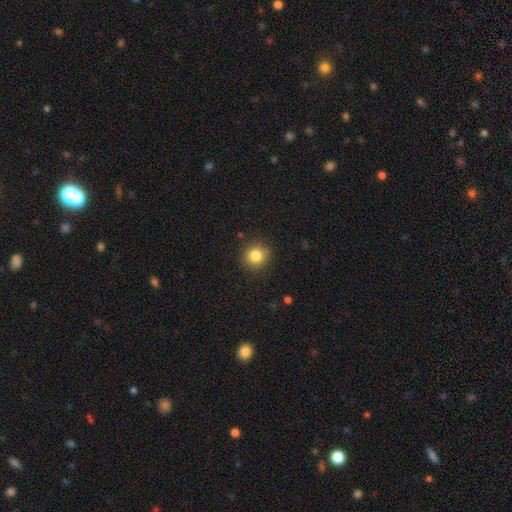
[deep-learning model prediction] A smooth galaxy with no disk features (83%) that is round (91%).

Vote fractions:
- Smooth or featured? smooth: 83% / star or artifact: 11% / featured or disk: 6%
- How rounded? round: 91% / in between: 8% / cigar-shaped: 1%
- Merging? none: 89% / minor disturbance: 8% / major disturbance: 2% / merger: 1%